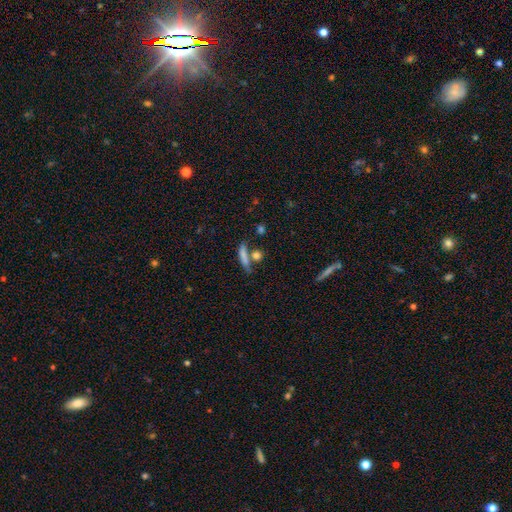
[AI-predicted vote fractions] Smooth or featured? smooth (74%)
How rounded? cigar-shaped (54%)
Merging? none (60%)